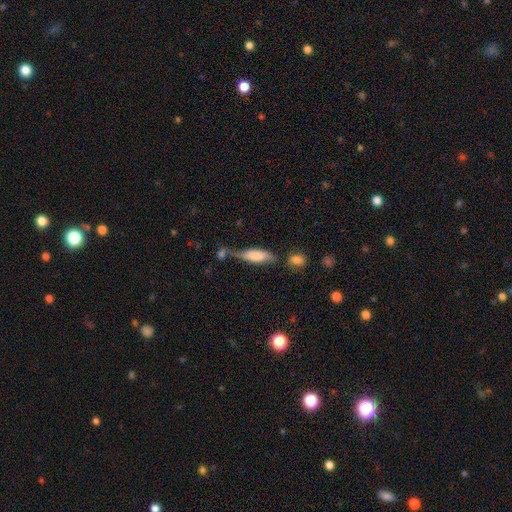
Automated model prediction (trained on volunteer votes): Smooth or featured? Predicted: smooth (p=0.71). How rounded? Predicted: in between (p=0.60). Merging? Predicted: none (p=0.40).